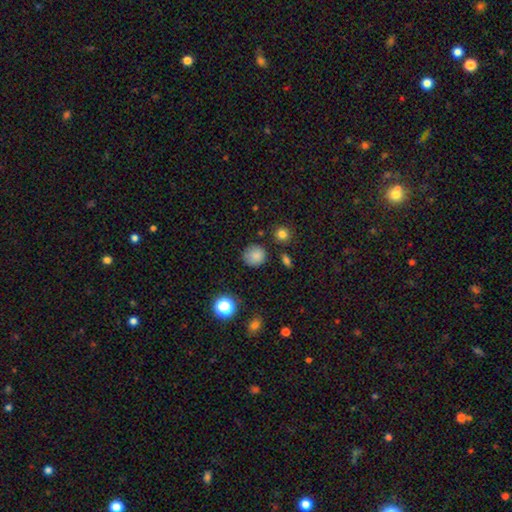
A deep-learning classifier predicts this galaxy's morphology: This appears to be a smooth galaxy with no disk features (82%) that is round (89%). Merging: none (78%).